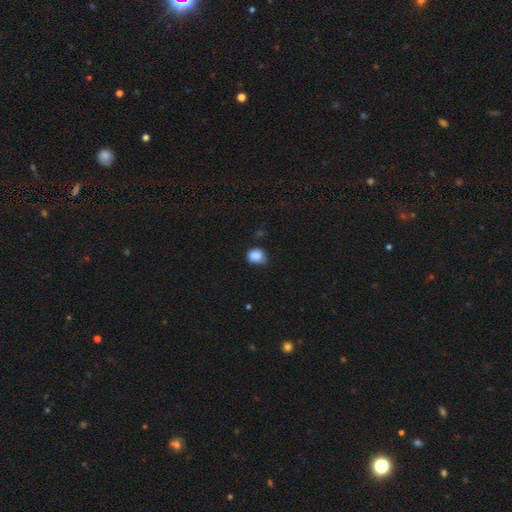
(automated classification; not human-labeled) Morphology: type=smooth (86%); roundness=round (61%); merging=none (57%).